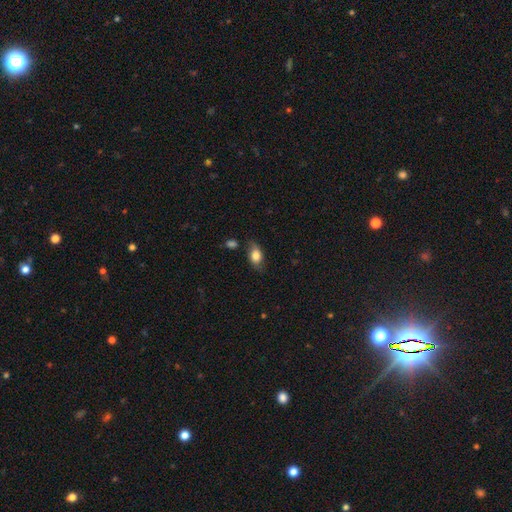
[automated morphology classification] The model was most divided on "merging": none: 66%, minor disturbance: 23%, major disturbance: 6%, merger: 4%. More confident: how rounded — in between (85%); smooth or featured — smooth (75%).